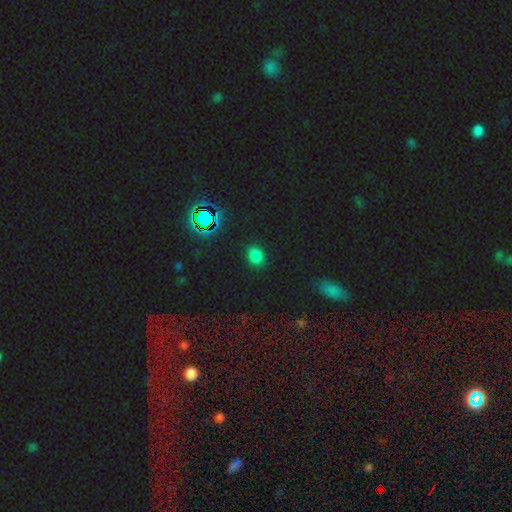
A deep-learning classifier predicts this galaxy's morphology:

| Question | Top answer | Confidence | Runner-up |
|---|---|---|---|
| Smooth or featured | smooth | 72% | star or artifact (24%) |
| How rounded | round | 53% | in between (45%) |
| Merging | none | 89% | minor disturbance (7%) |